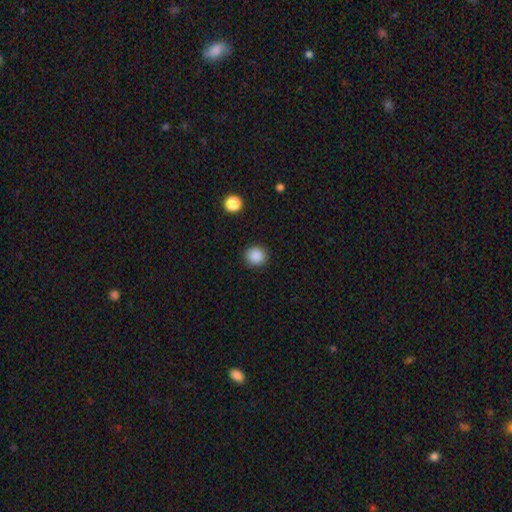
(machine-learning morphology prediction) Smooth or featured?
  - smooth: 88% *
  - star or artifact: 9%
  - featured or disk: 2%
How rounded?
  - round: 89% *
  - in between: 10%
  - cigar-shaped: 1%
Merging?
  - none: 91% *
  - minor disturbance: 6%
  - major disturbance: 2%
  - merger: 1%